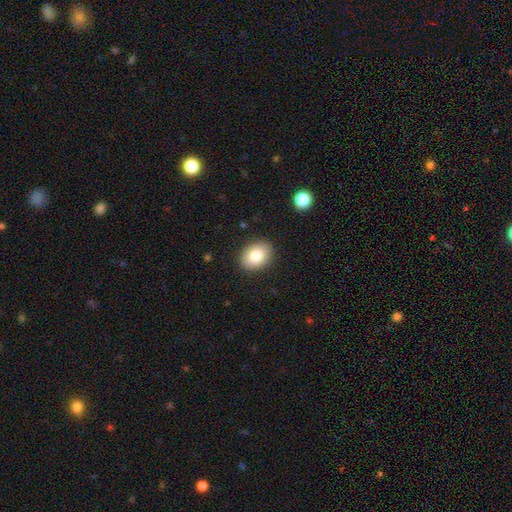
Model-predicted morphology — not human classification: Smooth or featured? Predicted: smooth (p=0.84). How rounded? Predicted: in between (p=0.65). Merging? Predicted: none (p=0.89).